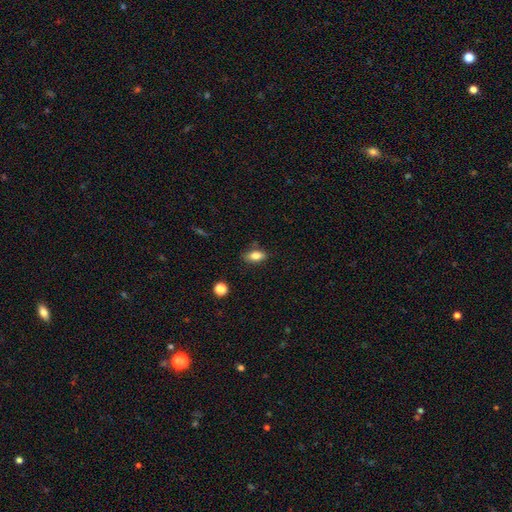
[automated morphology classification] smooth-or-featured: smooth: 81% | featured or disk: 10% | star or artifact: 9%
  how-rounded: in between: 86% | cigar-shaped: 7% | round: 7%
  merging: none: 81% | minor disturbance: 13% | merger: 3% | major disturbance: 3%